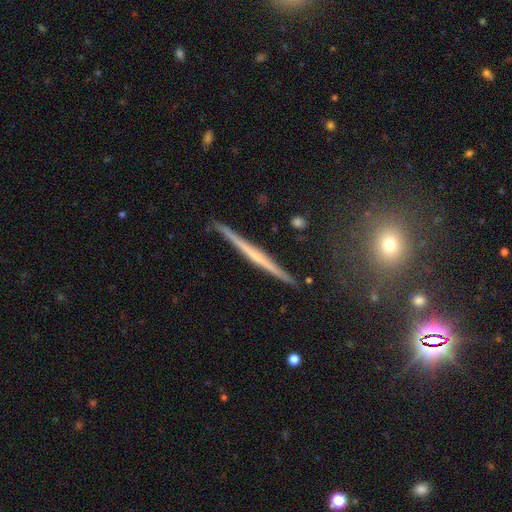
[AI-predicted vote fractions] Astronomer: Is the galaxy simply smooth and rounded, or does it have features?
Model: featured or disk — 69%.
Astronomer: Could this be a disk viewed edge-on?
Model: yes — 98%.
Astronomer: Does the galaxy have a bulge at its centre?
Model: none — 69%.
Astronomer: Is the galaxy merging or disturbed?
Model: none — 89%.